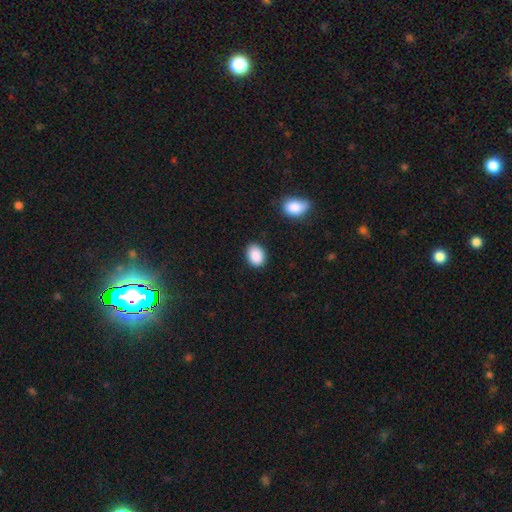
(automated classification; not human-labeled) A smooth galaxy with no disk features (89%) that is in between round and cigar-shaped (71%). Merging: none (86%).